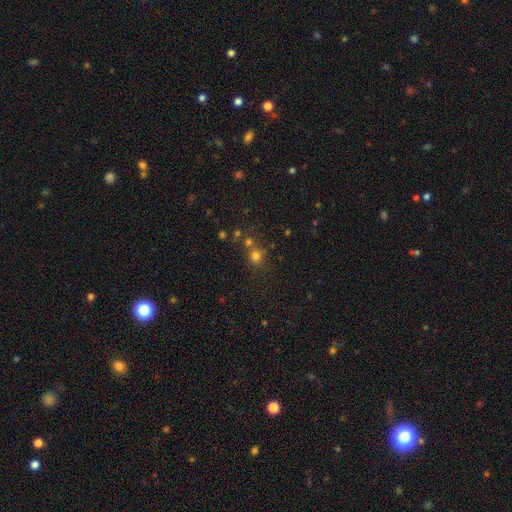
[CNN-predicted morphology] smooth-or-featured: smooth: 72% | star or artifact: 20% | featured or disk: 8%
  how-rounded: round: 85% | in between: 14% | cigar-shaped: 1%
  merging: none: 60% | merger: 25% | minor disturbance: 10% | major disturbance: 4%